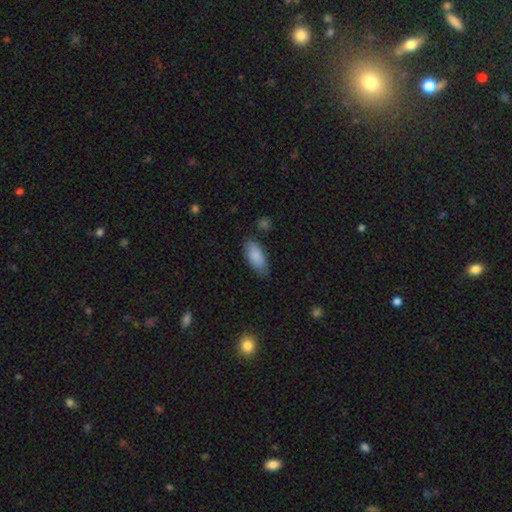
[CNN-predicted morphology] type=smooth (86%); roundness=in between (85%); merging=none (78%).